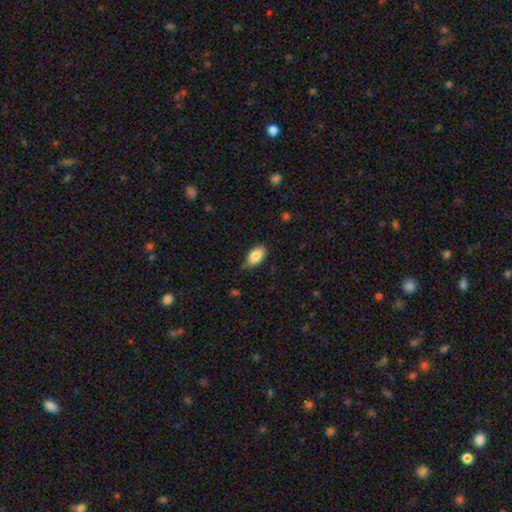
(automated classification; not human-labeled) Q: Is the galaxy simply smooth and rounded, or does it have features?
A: smooth — 85%.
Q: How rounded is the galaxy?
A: in between — 93%.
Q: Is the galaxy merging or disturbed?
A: none — 67%.